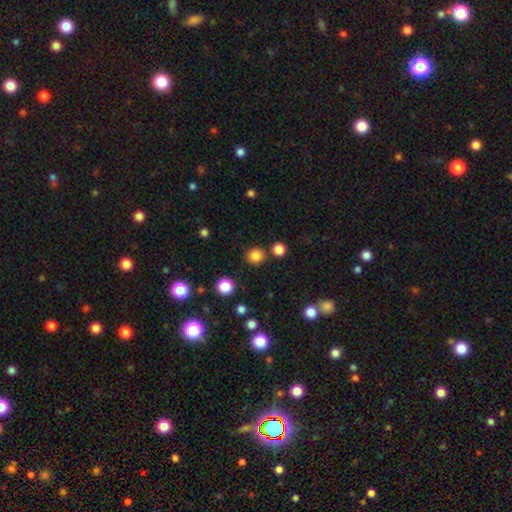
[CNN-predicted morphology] smooth 83%, star or artifact 13%, featured or disk 4%. Down the decision tree: how rounded — round (91%); merging — none (86%).